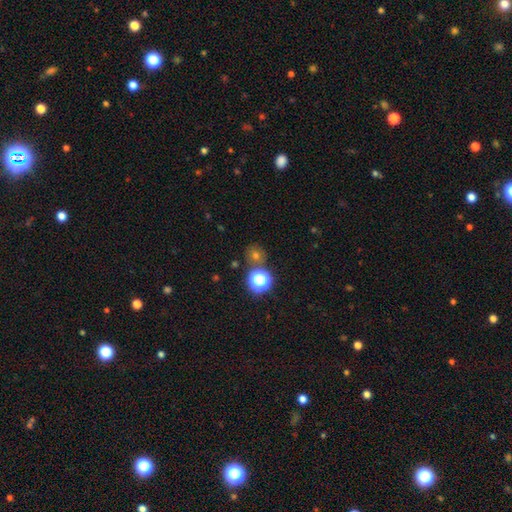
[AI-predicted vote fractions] Q: Smooth or featured?
A: smooth (57%); runner-up: star or artifact (35%)
Q: How rounded?
A: round (86%); runner-up: in between (12%)
Q: Merging?
A: none (79%); runner-up: merger (9%)